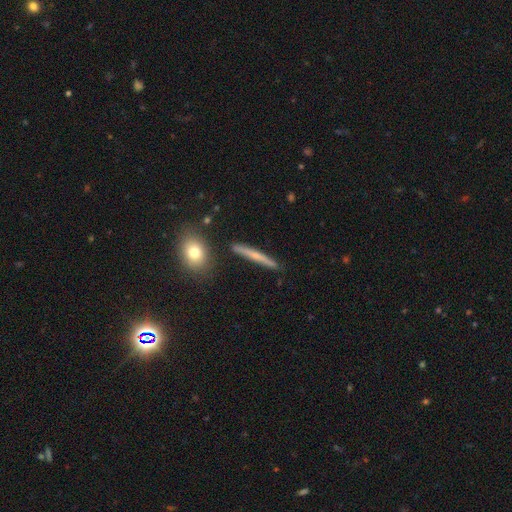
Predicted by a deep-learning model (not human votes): Smooth or featured? featured or disk (51%)
Edge-on disk? yes (95%)
Merging? none (88%)